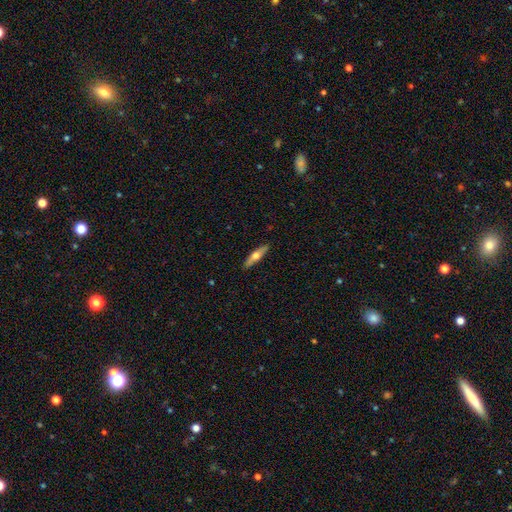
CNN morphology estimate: A smooth galaxy with no disk features (48%).

Vote fractions:
- Smooth or featured? smooth: 48% / featured or disk: 47% / star or artifact: 6%
- Merging? none: 90% / minor disturbance: 8% / major disturbance: 2% / merger: 1%